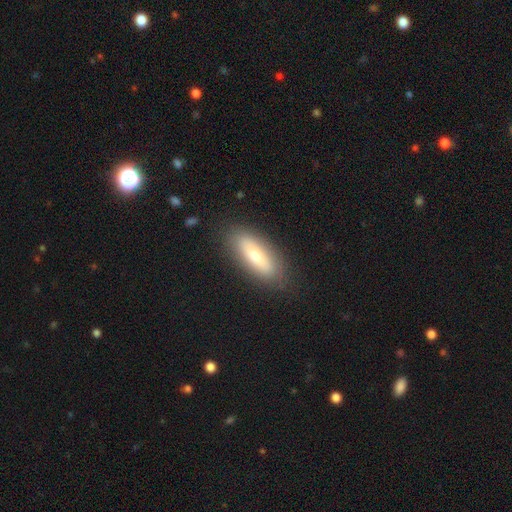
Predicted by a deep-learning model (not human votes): smooth-or-featured: smooth: 71% | featured or disk: 22% | star or artifact: 6%
  how-rounded: in between: 58% | cigar-shaped: 40% | round: 2%
  merging: none: 84% | minor disturbance: 11% | major disturbance: 3% | merger: 1%